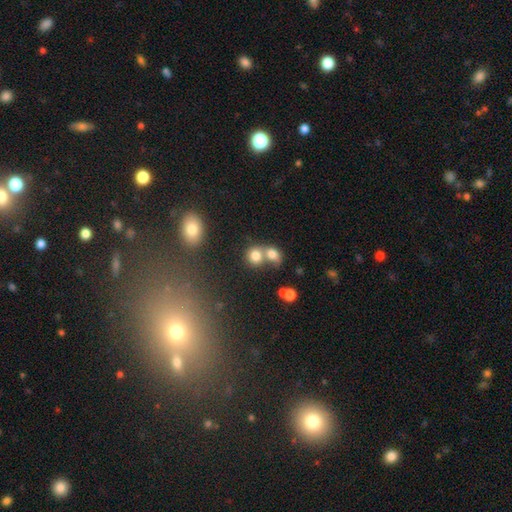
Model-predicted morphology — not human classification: The model was most divided on "merging": merger: 56%, none: 33%, minor disturbance: 7%, major disturbance: 4%. More confident: smooth or featured — smooth (78%); how rounded — round (70%).